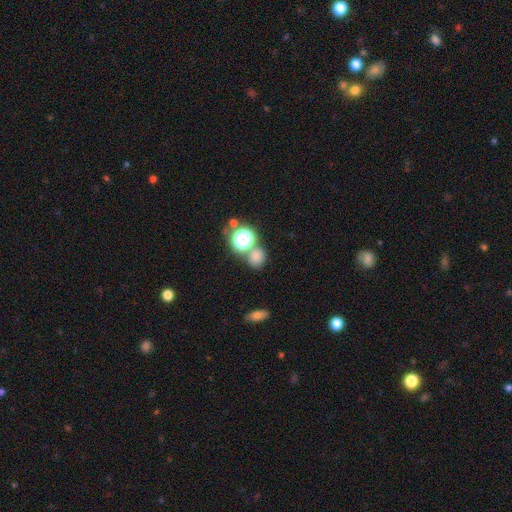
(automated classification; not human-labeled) Smooth or featured? Predicted: smooth (p=0.70). How rounded? Predicted: round (p=0.72). Merging? Predicted: none (p=0.61).